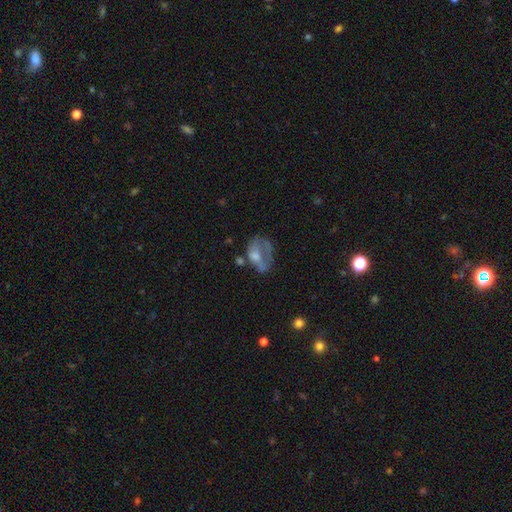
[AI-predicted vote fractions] smooth-or-featured: featured or disk: 50% | smooth: 37% | star or artifact: 13%
  merging: major disturbance: 39% | none: 29% | minor disturbance: 21% | merger: 10%